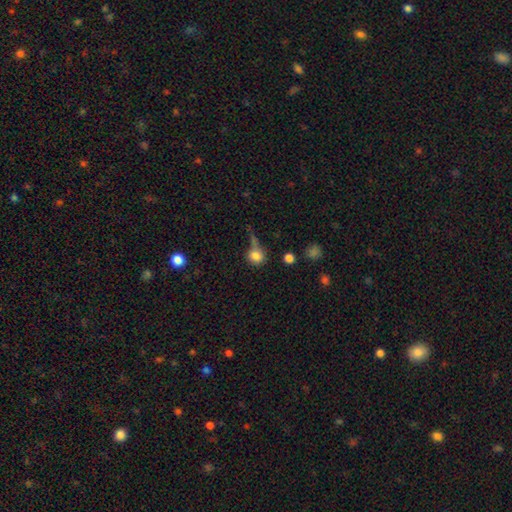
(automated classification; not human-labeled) Smooth or featured? smooth (78%)
How rounded? round (81%)
Merging? none (40%)